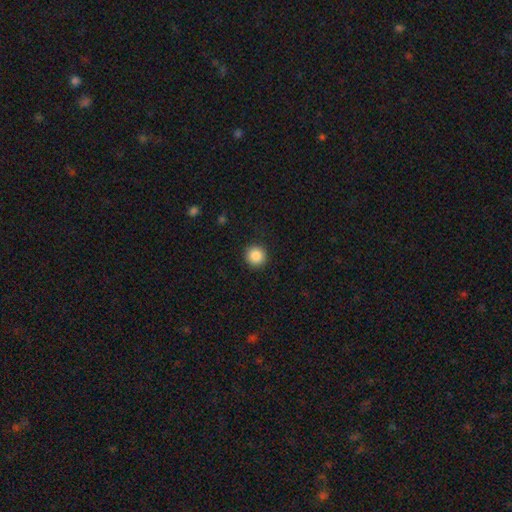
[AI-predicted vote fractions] A smooth galaxy with no disk features (87%) that is round (95%). Merging: none (92%).